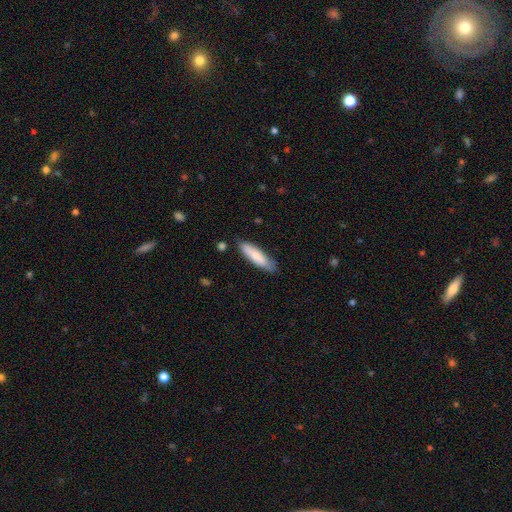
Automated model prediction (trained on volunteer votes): Smooth or featured? smooth (79%)
How rounded? cigar-shaped (67%)
Merging? none (82%)